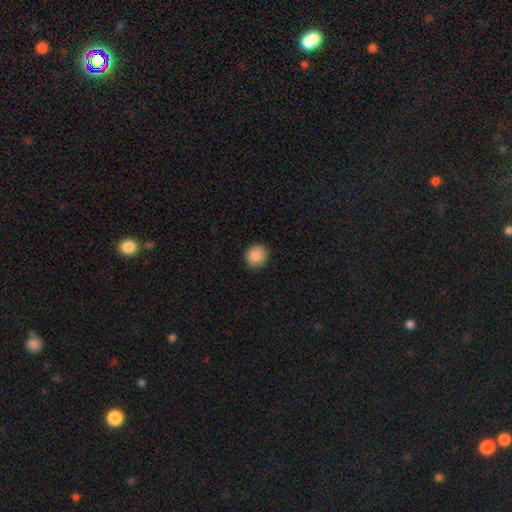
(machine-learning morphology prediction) Smooth or featured? Predicted: smooth (p=0.89). How rounded? Predicted: round (p=0.87). Merging? Predicted: none (p=0.89).